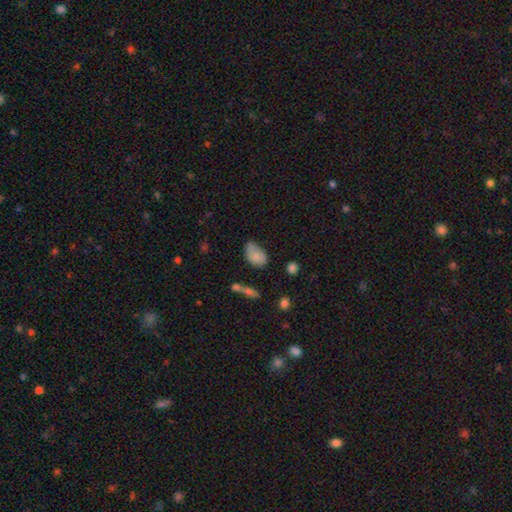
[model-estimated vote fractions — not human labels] Morphology: type=smooth (77%); roundness=in between (90%); merging=none (42%).